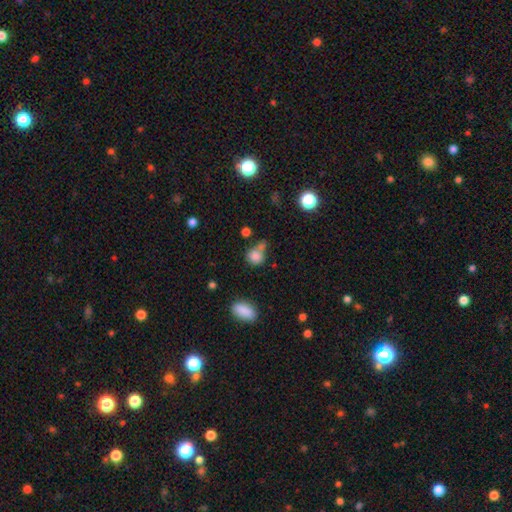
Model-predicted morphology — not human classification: Overall: smooth (81%). How rounded: round (70%). Merging: none (43%; merger 30%).